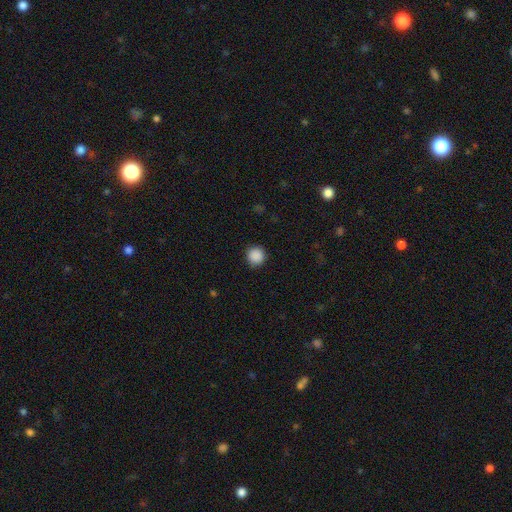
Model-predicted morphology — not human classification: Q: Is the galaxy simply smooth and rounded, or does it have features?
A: smooth — 89%.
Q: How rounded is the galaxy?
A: round — 95%.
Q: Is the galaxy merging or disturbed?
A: none — 91%.